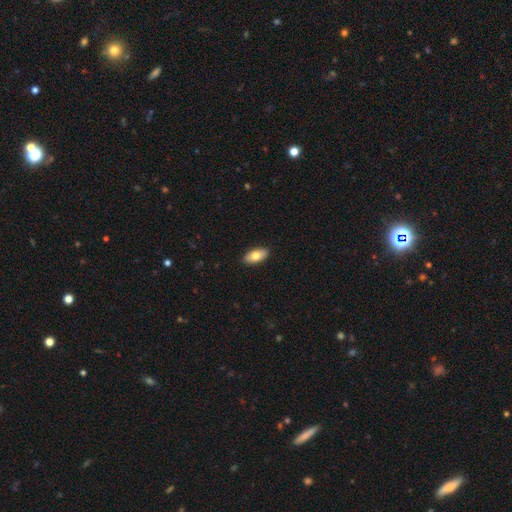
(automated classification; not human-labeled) Morphology: type=smooth (76%); roundness=in between (90%); merging=none (90%).